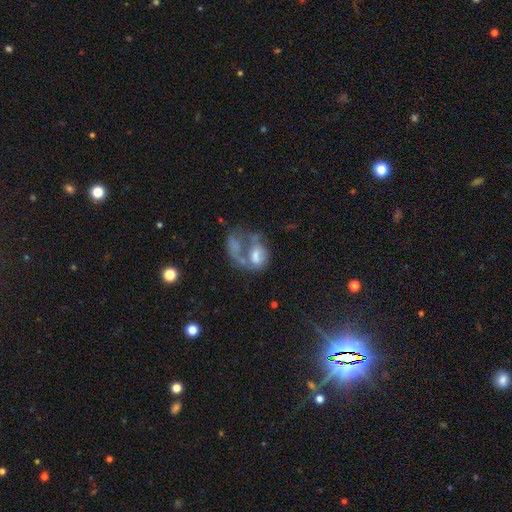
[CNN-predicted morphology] Smooth or featured? featured or disk (50%)
Edge-on disk? no (97%)
Merging? merger (40%)